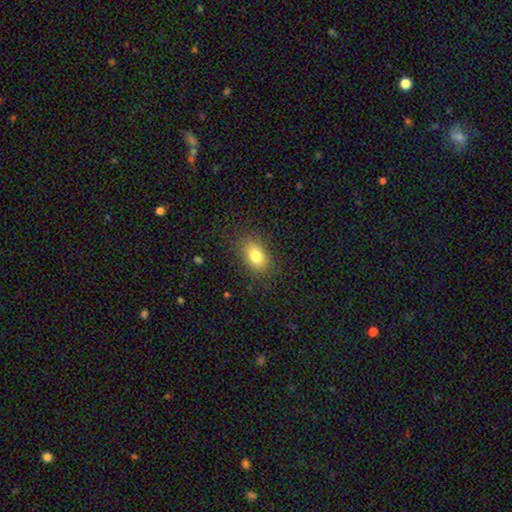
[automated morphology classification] Overall: smooth (81%). How rounded: in between (85%). Merging: none (85%).